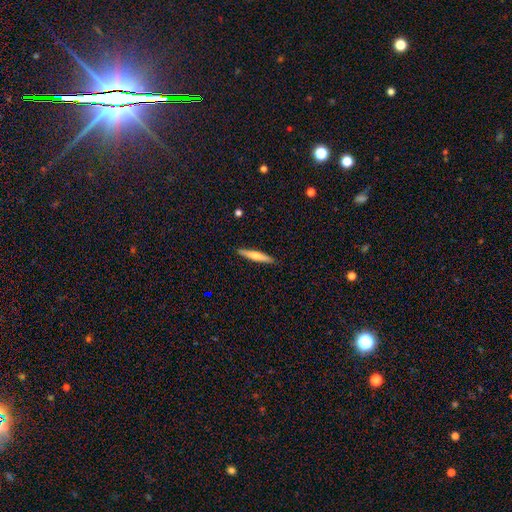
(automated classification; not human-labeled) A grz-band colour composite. It shows a smooth galaxy with no disk features (57%) that is cigar-shaped (91%). Merging: none (90%).